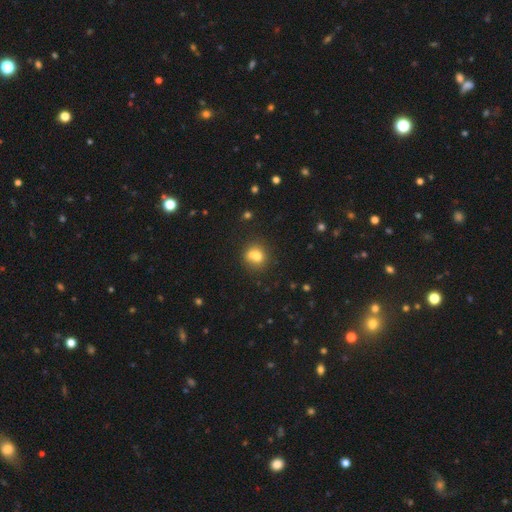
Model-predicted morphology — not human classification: Smooth or featured?
  - smooth: 69% *
  - featured or disk: 18%
  - star or artifact: 12%
How rounded?
  - round: 78% *
  - in between: 21%
  - cigar-shaped: 1%
Merging?
  - merger: 46% *
  - none: 39%
  - minor disturbance: 10%
  - major disturbance: 4%